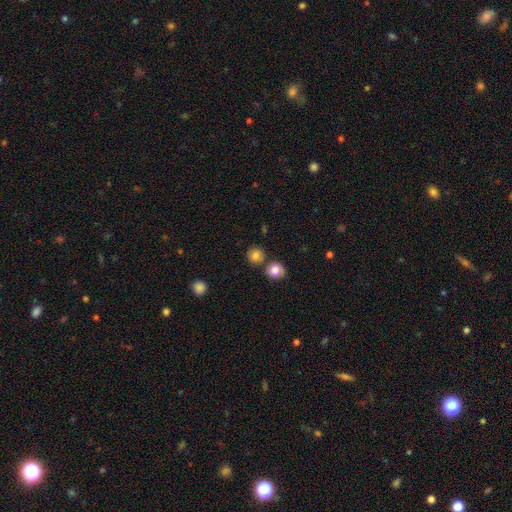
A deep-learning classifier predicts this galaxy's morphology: Q: Smooth or featured?
A: smooth (80%); runner-up: star or artifact (12%)
Q: How rounded?
A: round (89%); runner-up: in between (10%)
Q: Merging?
A: none (74%); runner-up: merger (14%)